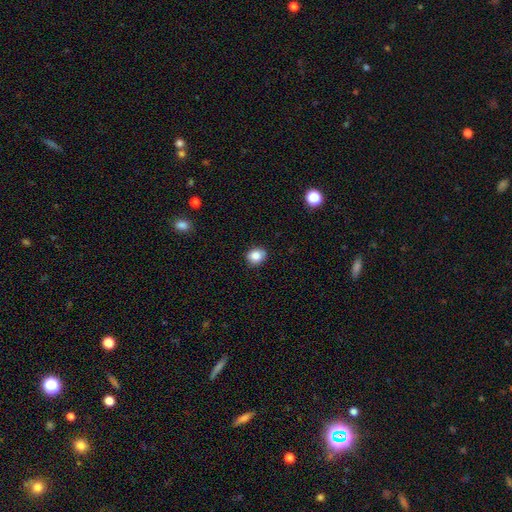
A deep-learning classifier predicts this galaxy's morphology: A smooth galaxy with no disk features (84%) that is round (64%). Merging: none (86%).